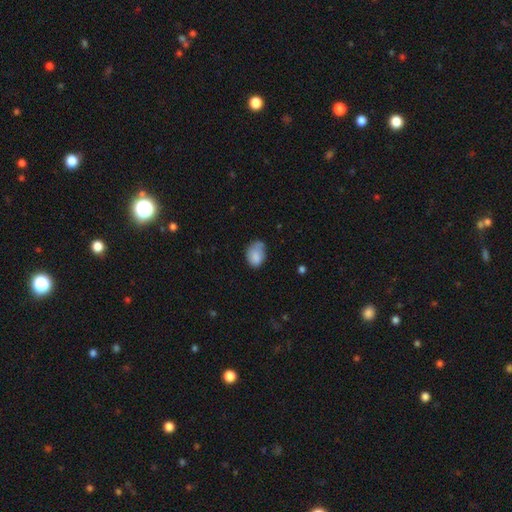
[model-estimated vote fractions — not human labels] Smooth or featured? Predicted: smooth (p=0.82). How rounded? Predicted: in between (p=0.78). Merging? Predicted: none (p=0.46).